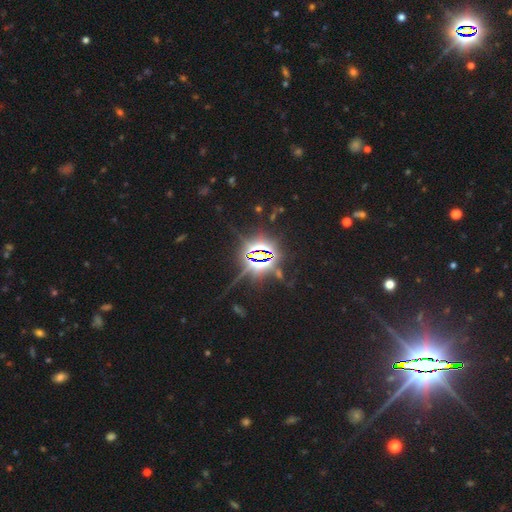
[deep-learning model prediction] A star or artifact, not a galaxy (85%).

Vote fractions:
- Smooth or featured? star or artifact: 85% / featured or disk: 8% / smooth: 7%